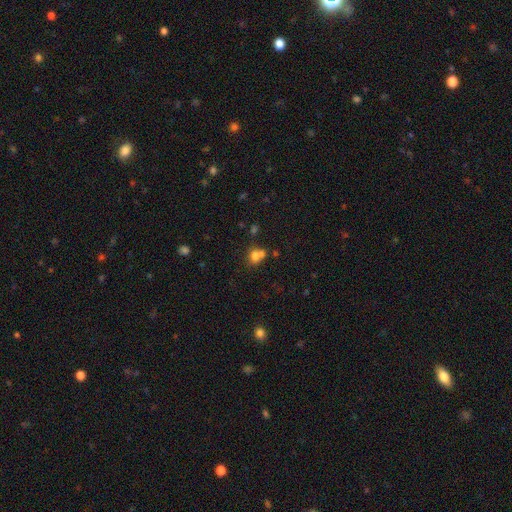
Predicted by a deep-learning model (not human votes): The model was most divided on "merging": merger: 47%, none: 39%, minor disturbance: 9%, major disturbance: 4%. More confident: smooth or featured — smooth (73%); how rounded — round (65%).